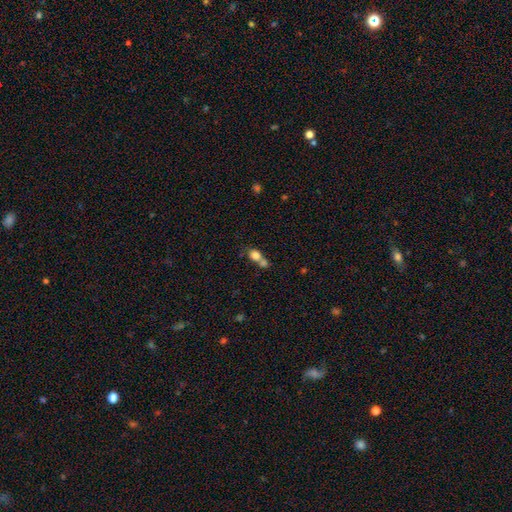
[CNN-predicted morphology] A smooth galaxy with no disk features (78%) that is in between round and cigar-shaped (49%). Merging: merger (62%).